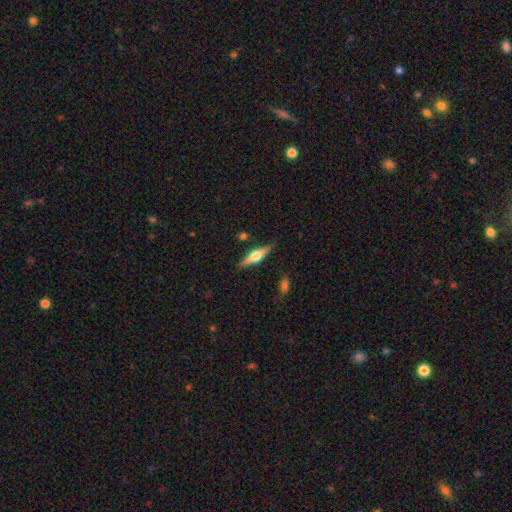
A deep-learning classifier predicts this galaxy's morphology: Smooth or featured?
  - featured or disk: 67% *
  - smooth: 27%
  - star or artifact: 6%
Edge-on disk?
  - yes: 97% *
  - no: 3%
Edge-on bulge?
  - rounded: 91% *
  - boxy: 7%
  - none: 2%
Merging?
  - none: 86% *
  - minor disturbance: 10%
  - major disturbance: 2%
  - merger: 2%